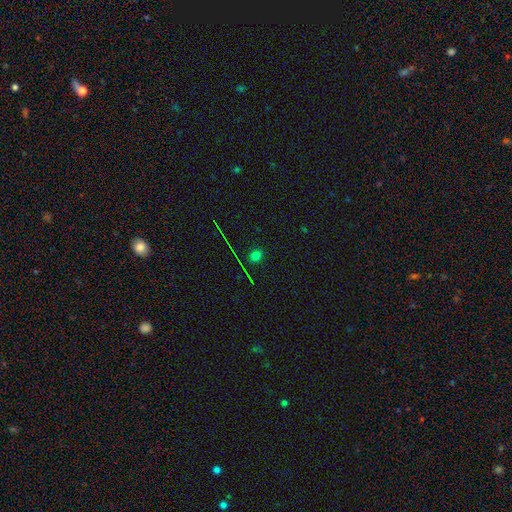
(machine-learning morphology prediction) Smooth or featured? Predicted: smooth (p=0.59). How rounded? Predicted: round (p=0.62). Merging? Predicted: none (p=0.85).